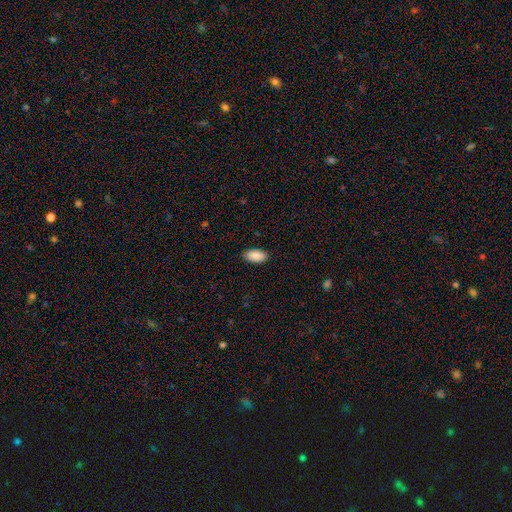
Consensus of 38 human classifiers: This is clearly a smooth galaxy (95%). How rounded: clearly in between (94%). Merging: clearly none (86%).